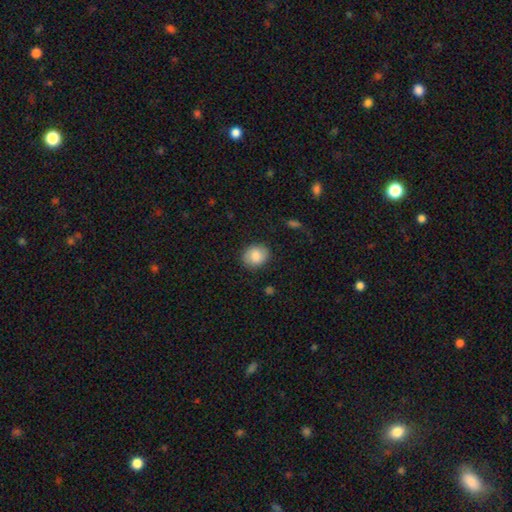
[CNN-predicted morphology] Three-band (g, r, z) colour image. It shows a smooth galaxy with no disk features (83%) that is round (62%). Merging: none (86%).